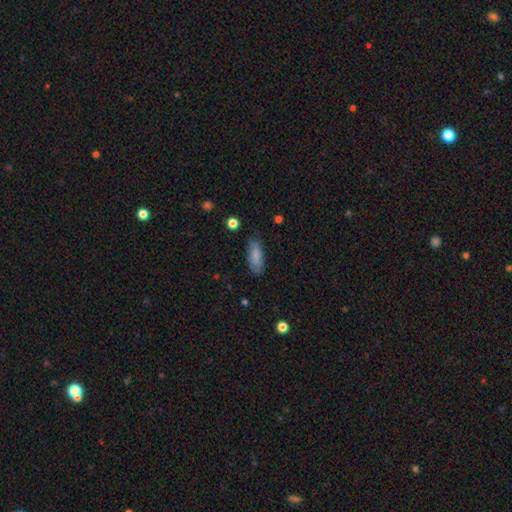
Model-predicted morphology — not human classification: Smooth or featured?
  - smooth: 84% *
  - featured or disk: 9%
  - star or artifact: 7%
How rounded?
  - in between: 70% *
  - cigar-shaped: 28%
  - round: 2%
Merging?
  - none: 80% *
  - minor disturbance: 15%
  - major disturbance: 3%
  - merger: 1%